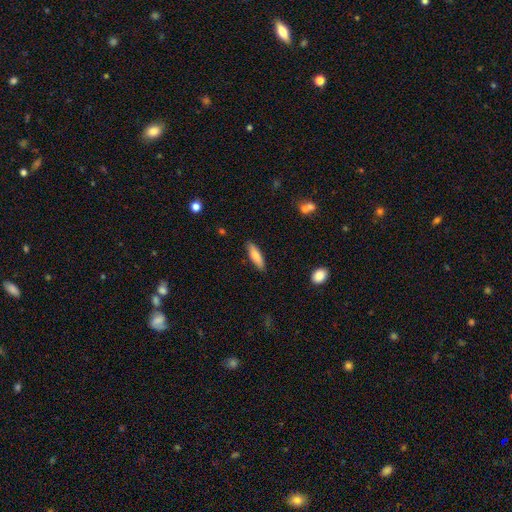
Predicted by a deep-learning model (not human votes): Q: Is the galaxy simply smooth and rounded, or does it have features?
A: smooth — 78%.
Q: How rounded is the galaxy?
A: cigar-shaped — 60%.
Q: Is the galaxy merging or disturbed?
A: none — 87%.